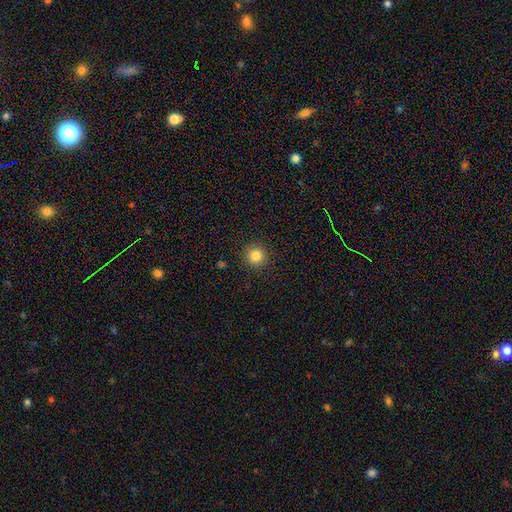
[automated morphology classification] Smooth or featured: smooth — 84% (star or artifact — 11%)
How rounded: round — 95% (in between — 4%)
Merging: none — 91% (minor disturbance — 6%)